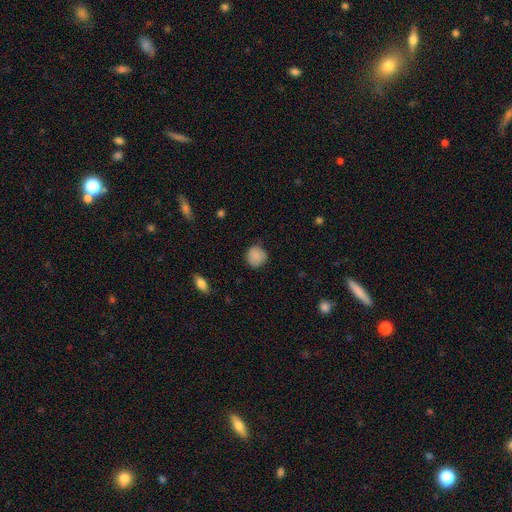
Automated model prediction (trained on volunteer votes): This is clearly a smooth galaxy (87%). How rounded: clearly round (88%). Merging: likely none (77%).